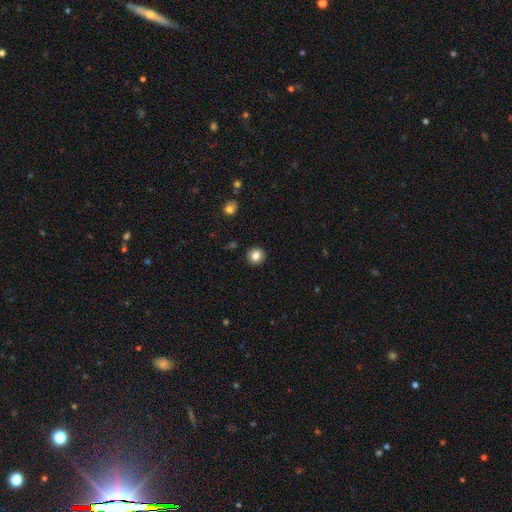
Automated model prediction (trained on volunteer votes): Q: Smooth or featured?
A: smooth (83%); runner-up: star or artifact (10%)
Q: How rounded?
A: round (93%); runner-up: in between (6%)
Q: Merging?
A: none (92%); runner-up: minor disturbance (6%)